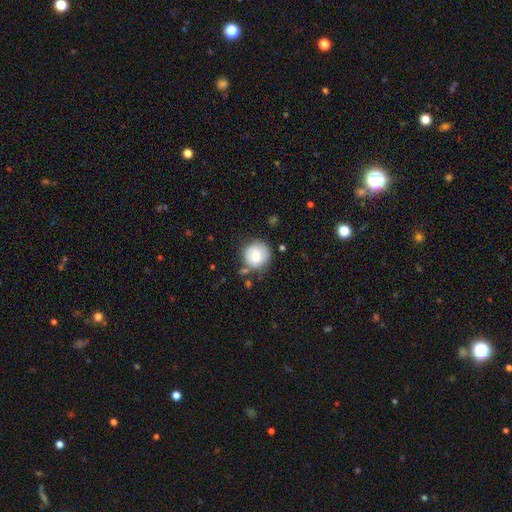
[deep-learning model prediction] smooth 70%, featured or disk 21%, star or artifact 8%. Down the decision tree: how rounded — round (91%); merging — none (72%).